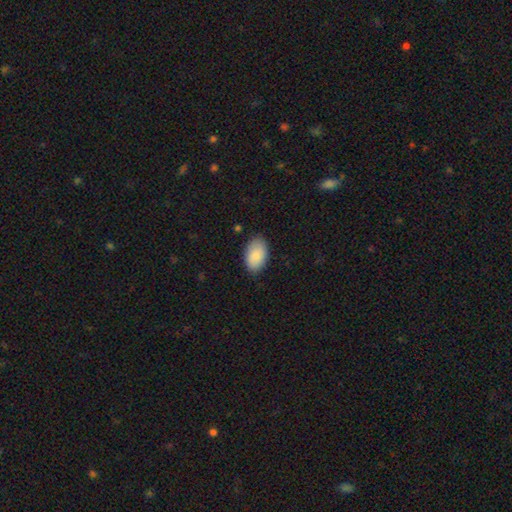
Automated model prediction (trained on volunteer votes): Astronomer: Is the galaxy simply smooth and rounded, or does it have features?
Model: smooth — 88%.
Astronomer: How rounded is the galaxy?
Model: in between — 94%.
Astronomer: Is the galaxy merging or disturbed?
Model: none — 85%.